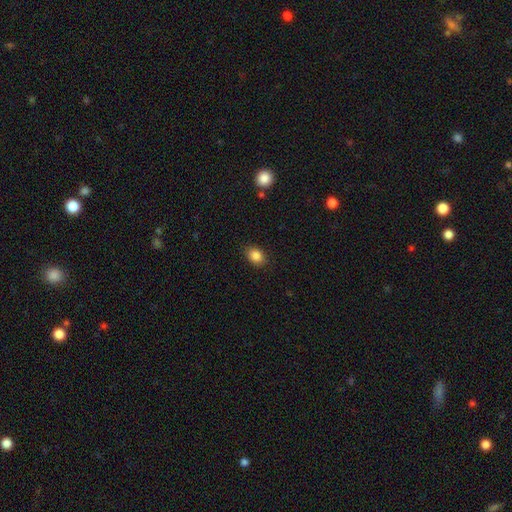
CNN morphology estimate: A smooth galaxy with no disk features (86%) that is in between round and cigar-shaped (61%). Merging: none (87%).